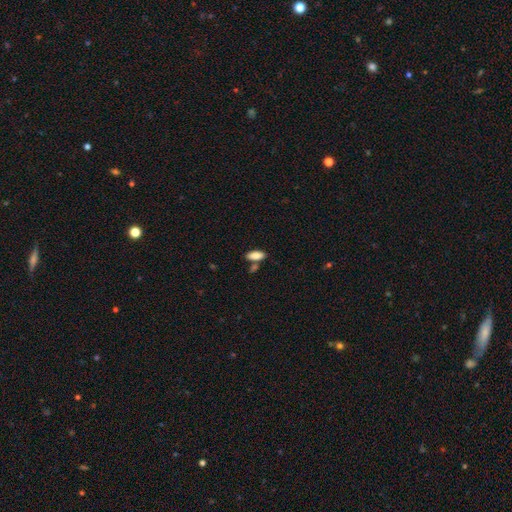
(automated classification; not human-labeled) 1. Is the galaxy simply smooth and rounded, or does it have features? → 86% smooth, 7% star or artifact, 7% featured or disk.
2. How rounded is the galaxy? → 83% in between, 15% cigar-shaped, 2% round.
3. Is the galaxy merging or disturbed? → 69% none, 15% merger, 12% minor disturbance, 3% major disturbance.